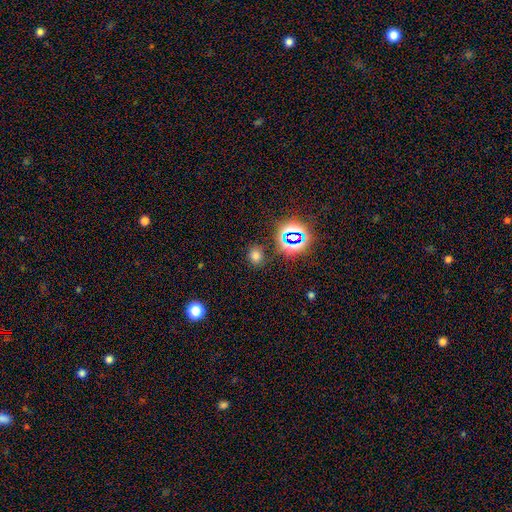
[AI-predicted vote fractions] Smooth or featured?
  - smooth: 65% *
  - star or artifact: 29%
  - featured or disk: 6%
How rounded?
  - round: 66% *
  - in between: 33%
  - cigar-shaped: 1%
Merging?
  - none: 84% *
  - minor disturbance: 10%
  - major disturbance: 4%
  - merger: 3%